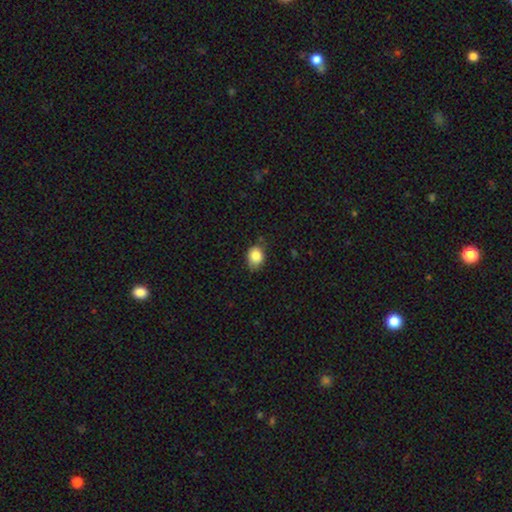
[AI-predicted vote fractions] Overall: smooth (85%). How rounded: in between (55%; round 44%). Merging: none (67%; minor disturbance 27%).